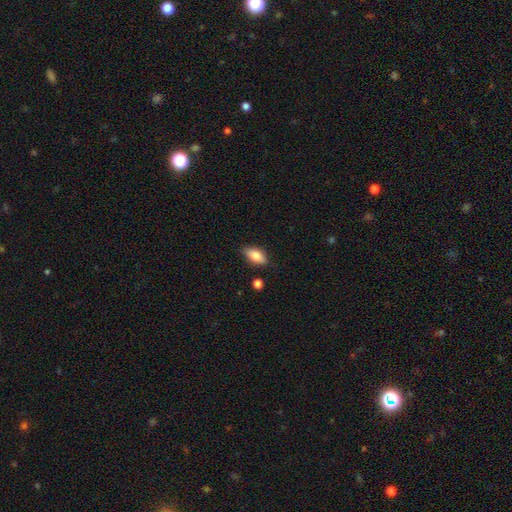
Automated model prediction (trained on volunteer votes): Morphology: type=smooth (79%); roundness=in between (87%); merging=none (80%).